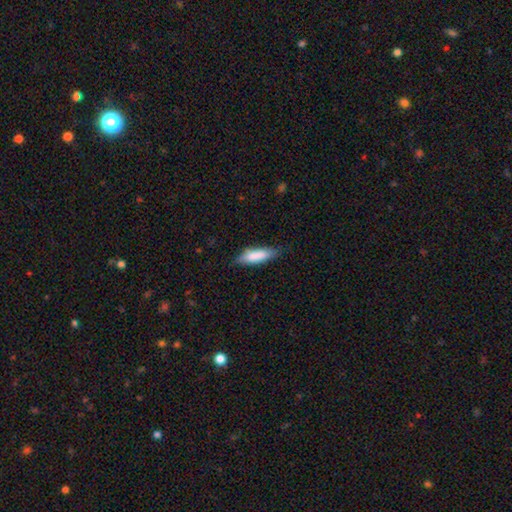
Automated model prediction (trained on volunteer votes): The model was most divided on "how rounded": cigar-shaped: 50%, in between: 49%, round: 2%. More confident: smooth or featured — smooth (81%); merging — none (73%).